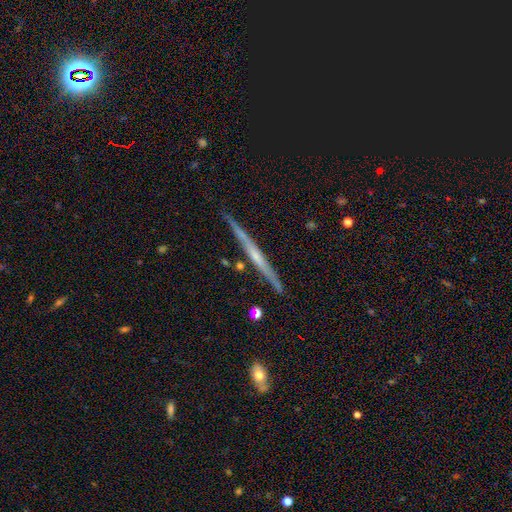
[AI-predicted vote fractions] Q: Smooth or featured?
A: featured or disk (72%); runner-up: smooth (20%)
Q: Edge-on disk?
A: yes (98%); runner-up: no (2%)
Q: Edge-on bulge?
A: none (57%); runner-up: rounded (35%)
Q: Merging?
A: none (89%); runner-up: minor disturbance (8%)